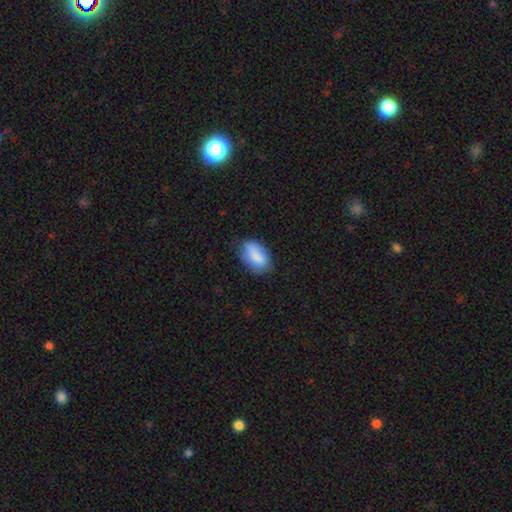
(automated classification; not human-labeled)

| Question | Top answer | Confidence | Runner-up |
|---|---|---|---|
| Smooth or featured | smooth | 81% | featured or disk (12%) |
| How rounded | in between | 91% | round (6%) |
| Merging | none | 66% | minor disturbance (26%) |